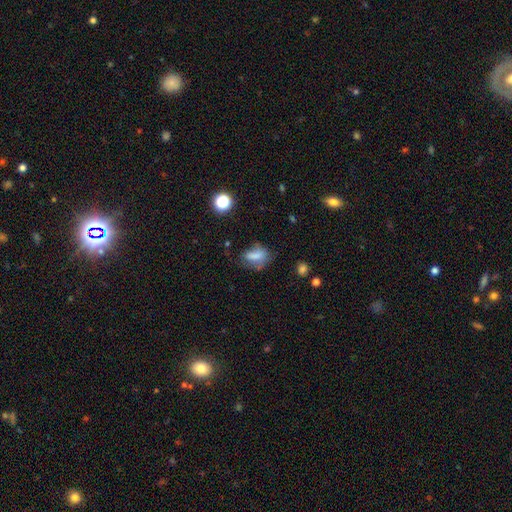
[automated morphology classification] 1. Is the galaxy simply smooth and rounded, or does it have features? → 68% smooth, 19% featured or disk, 13% star or artifact.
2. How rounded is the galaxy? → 76% in between, 14% round, 10% cigar-shaped.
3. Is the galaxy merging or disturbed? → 44% none, 30% minor disturbance, 20% major disturbance, 6% merger.